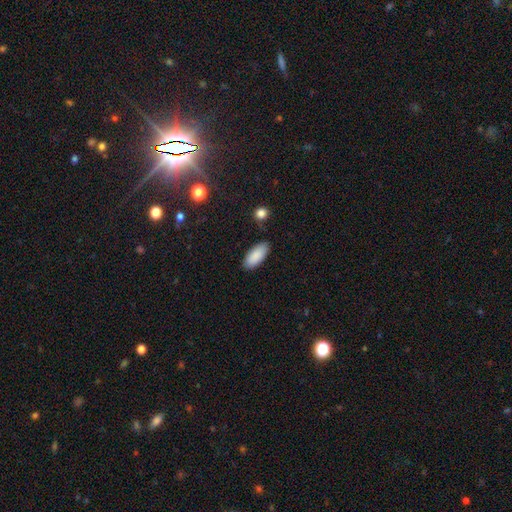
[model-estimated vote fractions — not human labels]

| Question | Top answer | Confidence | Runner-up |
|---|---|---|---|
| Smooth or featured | smooth | 89% | star or artifact (6%) |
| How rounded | in between | 88% | cigar-shaped (10%) |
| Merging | none | 84% | minor disturbance (12%) |